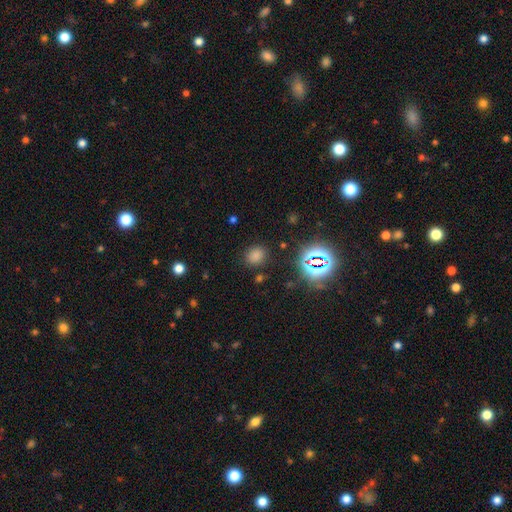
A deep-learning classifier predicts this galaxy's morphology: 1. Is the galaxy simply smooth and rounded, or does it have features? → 71% smooth, 23% star or artifact, 6% featured or disk.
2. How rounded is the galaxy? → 67% round, 32% in between, 1% cigar-shaped.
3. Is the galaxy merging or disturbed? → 83% none, 10% minor disturbance, 4% major disturbance, 3% merger.